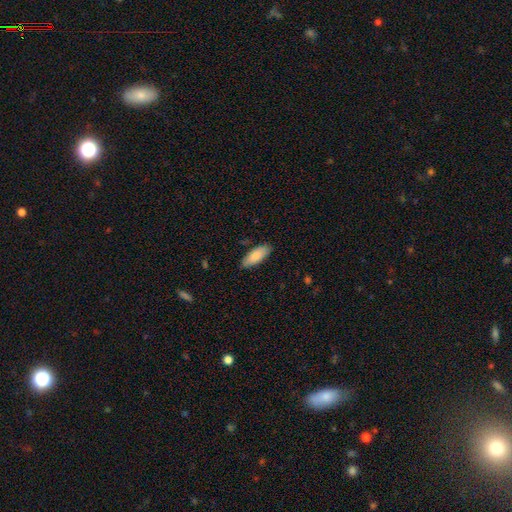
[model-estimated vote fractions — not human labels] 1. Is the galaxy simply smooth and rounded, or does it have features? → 81% smooth, 13% featured or disk, 6% star or artifact.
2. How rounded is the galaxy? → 81% in between, 18% cigar-shaped, 2% round.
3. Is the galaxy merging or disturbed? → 85% none, 12% minor disturbance, 2% major disturbance, 1% merger.